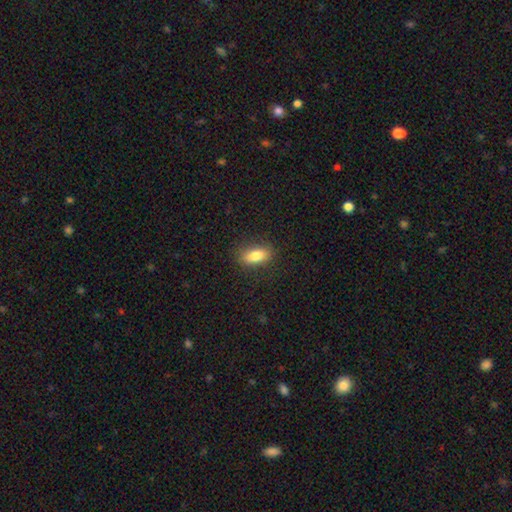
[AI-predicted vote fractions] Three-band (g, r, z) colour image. It shows a smooth galaxy with no disk features (81%) that is in between round and cigar-shaped (84%). Merging: none (85%).